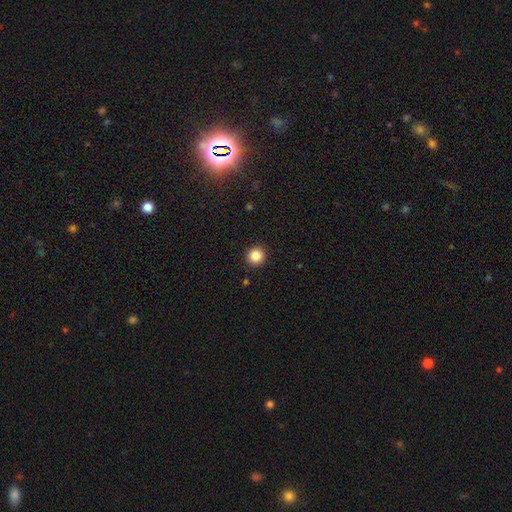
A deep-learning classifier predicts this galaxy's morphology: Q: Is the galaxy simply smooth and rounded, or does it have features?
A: smooth — 85%.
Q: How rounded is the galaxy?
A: round — 94%.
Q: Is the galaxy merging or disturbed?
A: none — 92%.